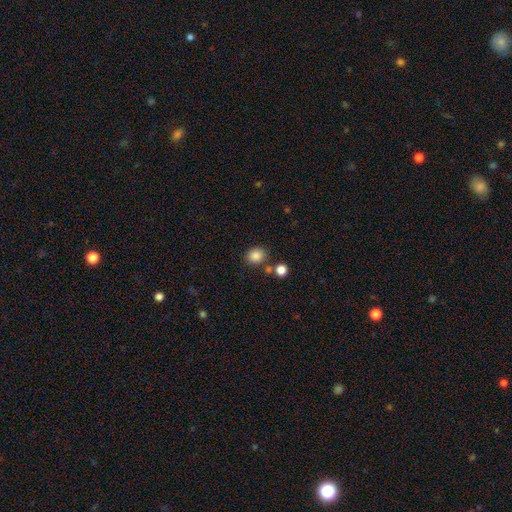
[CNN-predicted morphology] A smooth galaxy with no disk features (85%) that is round (70%).

Vote fractions:
- Smooth or featured? smooth: 85% / star or artifact: 11% / featured or disk: 4%
- How rounded? round: 70% / in between: 29% / cigar-shaped: 1%
- Merging? none: 76% / minor disturbance: 10% / merger: 10% / major disturbance: 3%